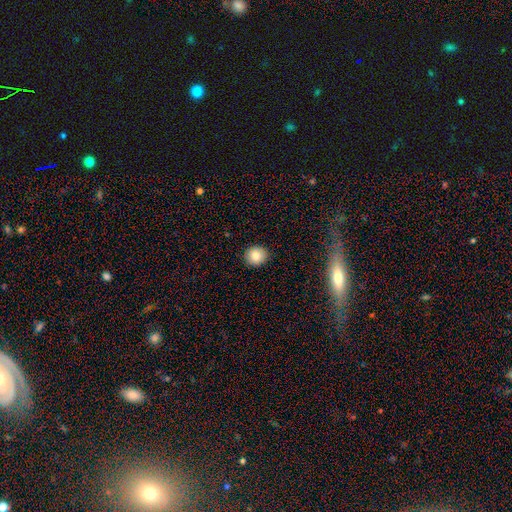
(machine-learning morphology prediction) Overall: smooth (81%). How rounded: round (85%). Merging: none (91%).